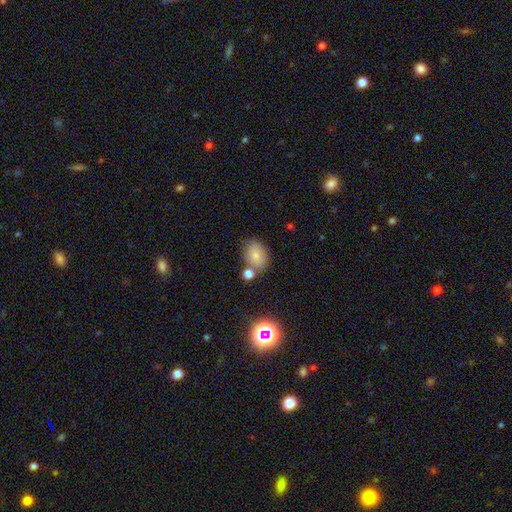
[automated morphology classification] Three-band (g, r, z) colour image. It shows a smooth galaxy with no disk features (76%) that is in between round and cigar-shaped (68%). Merging: none (63%).